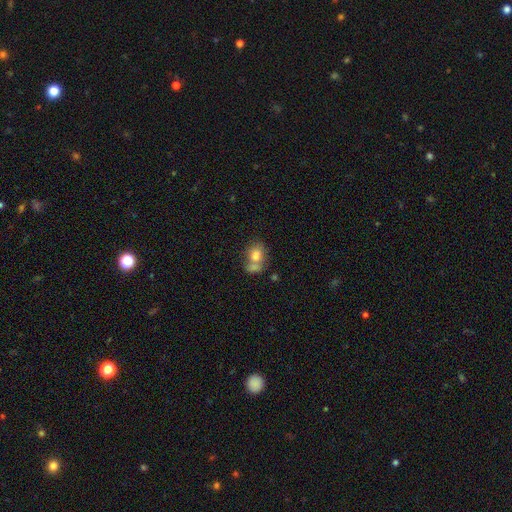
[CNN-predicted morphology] Q: Smooth or featured?
A: smooth (77%); runner-up: featured or disk (13%)
Q: How rounded?
A: in between (55%); runner-up: round (44%)
Q: Merging?
A: merger (46%); runner-up: none (33%)